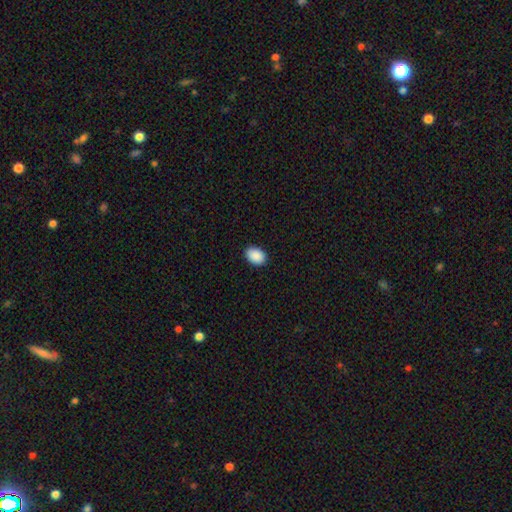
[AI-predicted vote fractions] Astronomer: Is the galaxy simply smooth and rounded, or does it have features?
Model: smooth — 91%.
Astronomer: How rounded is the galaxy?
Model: in between — 82%.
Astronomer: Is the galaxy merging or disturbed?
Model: none — 90%.